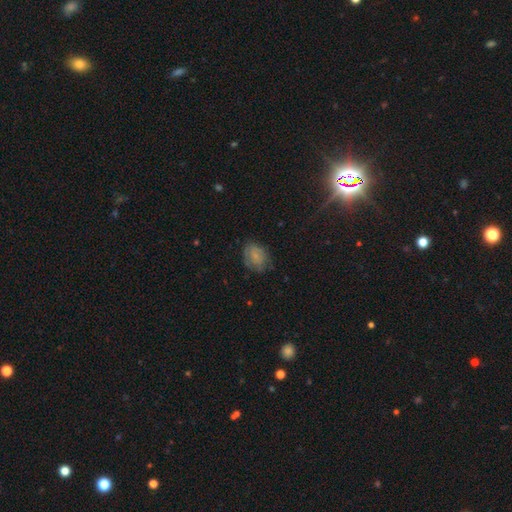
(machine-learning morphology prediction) Smooth or featured: smooth — 64% (featured or disk — 25%)
How rounded: in between — 66% (round — 33%)
Merging: none — 65% (minor disturbance — 24%)